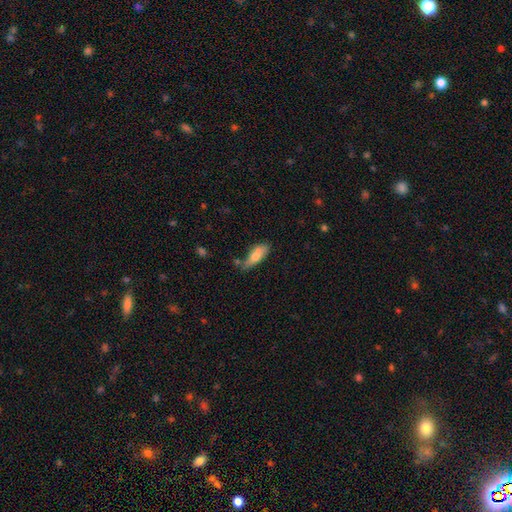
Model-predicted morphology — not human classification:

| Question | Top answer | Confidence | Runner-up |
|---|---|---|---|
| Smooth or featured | smooth | 68% | featured or disk (26%) |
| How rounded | in between | 59% | cigar-shaped (39%) |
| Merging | none | 54% | minor disturbance (27%) |